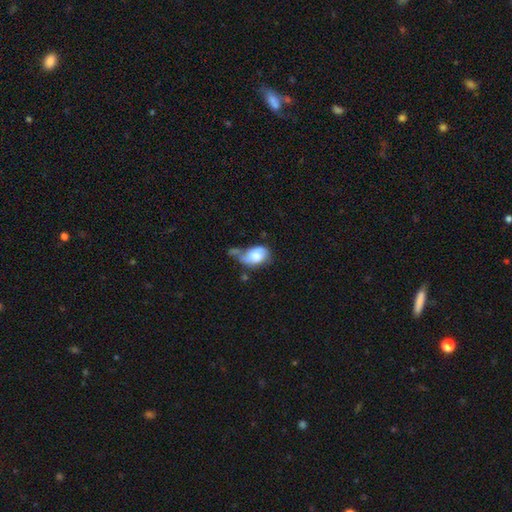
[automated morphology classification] Smooth or featured?
  - smooth: 57% *
  - featured or disk: 36%
  - star or artifact: 7%
How rounded?
  - in between: 80% *
  - round: 18%
  - cigar-shaped: 2%
Merging?
  - major disturbance: 31% *
  - minor disturbance: 25%
  - merger: 24%
  - none: 19%